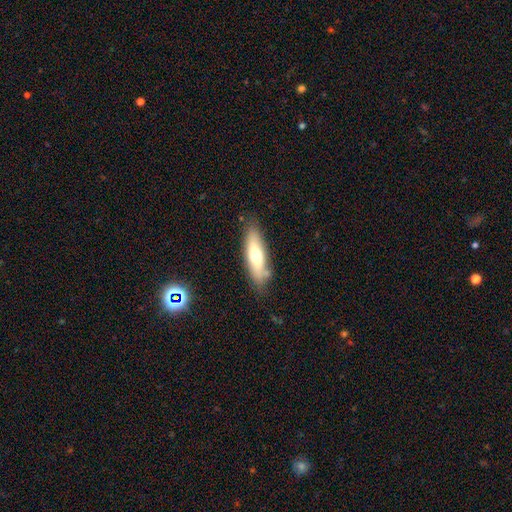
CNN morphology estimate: The model was most divided on "how rounded": cigar-shaped: 56%, in between: 42%, round: 2%. More confident: merging — none (76%); smooth or featured — smooth (61%).